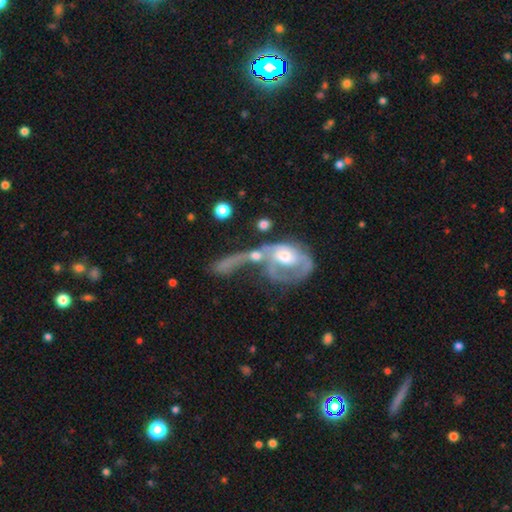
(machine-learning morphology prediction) The model was most divided on "smooth or featured": featured or disk: 56%, smooth: 35%, star or artifact: 9%. More confident: edge-on disk — no (87%); merging — merger (58%).